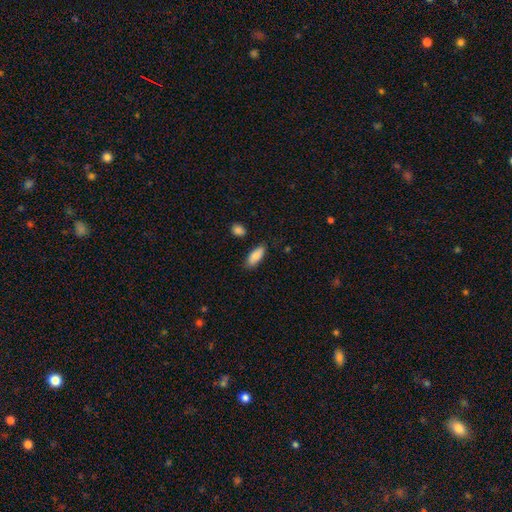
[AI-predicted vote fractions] smooth 87%, featured or disk 7%, star or artifact 6%. Down the decision tree: how rounded — in between (81%); merging — none (82%).